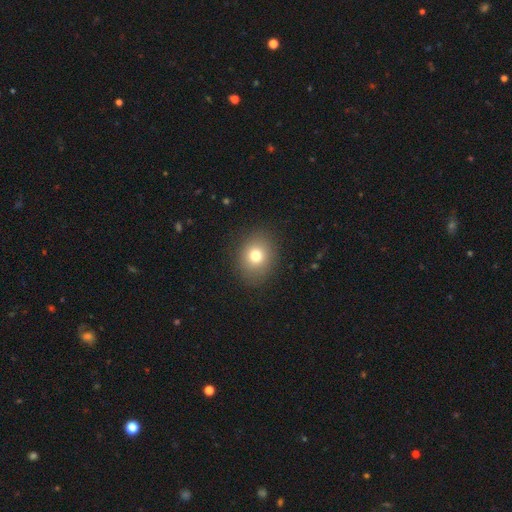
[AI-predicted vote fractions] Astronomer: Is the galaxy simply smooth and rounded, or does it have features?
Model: smooth — 77%.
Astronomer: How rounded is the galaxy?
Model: round — 60% (runner-up: in between, 39%).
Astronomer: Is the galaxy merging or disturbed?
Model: none — 87%.